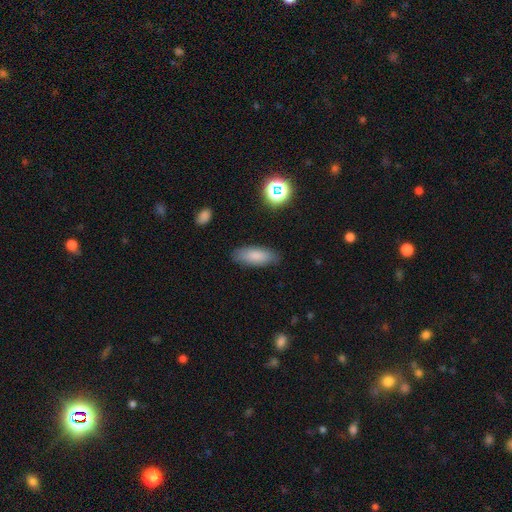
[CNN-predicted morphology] Smooth or featured? smooth (83%)
How rounded? in between (73%)
Merging? none (86%)